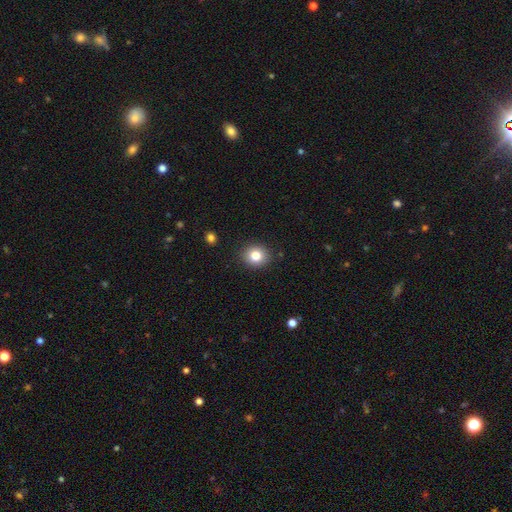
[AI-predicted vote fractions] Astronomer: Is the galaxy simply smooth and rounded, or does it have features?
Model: smooth — 82%.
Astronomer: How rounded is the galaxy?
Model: round — 76%.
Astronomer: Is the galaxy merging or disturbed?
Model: none — 89%.